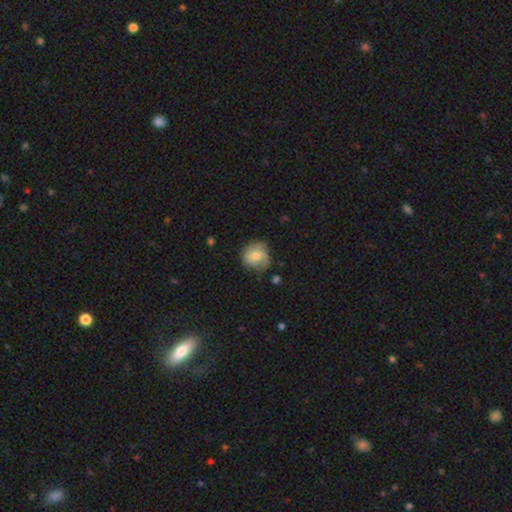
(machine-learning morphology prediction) A smooth galaxy with no disk features (53%) that is round (78%).

Vote fractions:
- Smooth or featured? smooth: 53% / featured or disk: 40% / star or artifact: 7%
- How rounded? round: 78% / in between: 21% / cigar-shaped: 1%
- Merging? none: 60% / minor disturbance: 29% / major disturbance: 10% / merger: 2%